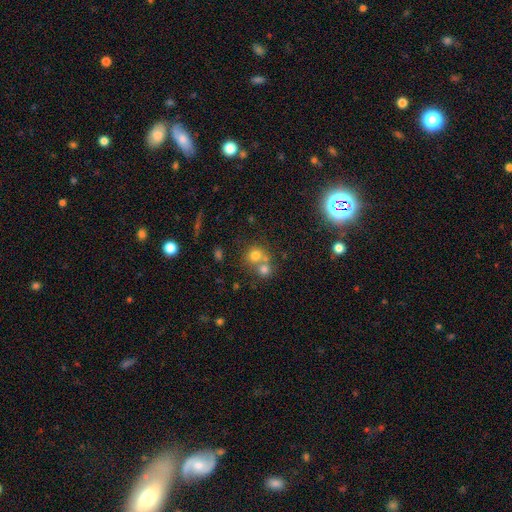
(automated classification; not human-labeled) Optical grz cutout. It shows a smooth galaxy with no disk features (69%) that is round (84%). Merging: merger (48%).